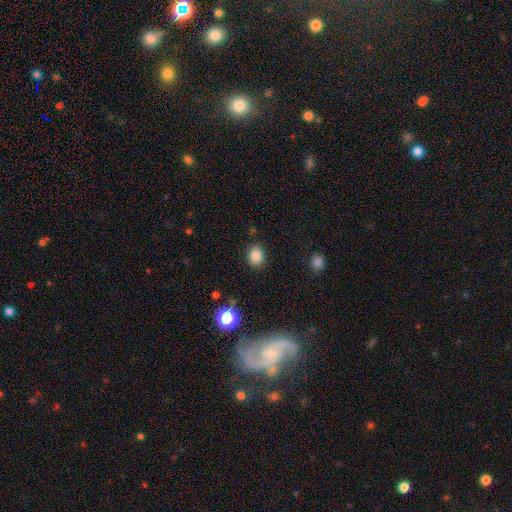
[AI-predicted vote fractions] Smooth or featured: smooth — 85% (star or artifact — 11%)
How rounded: round — 60% (in between — 39%)
Merging: none — 87% (minor disturbance — 8%)